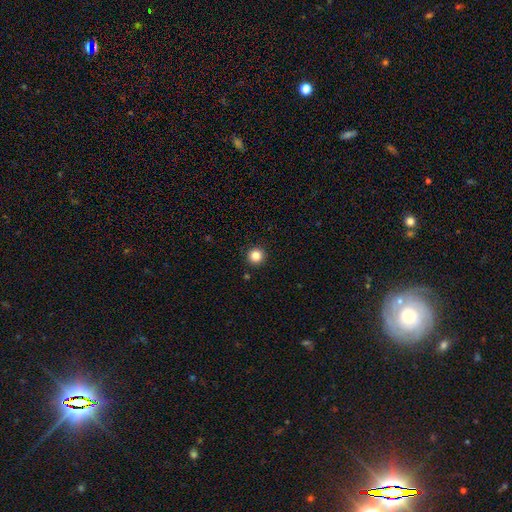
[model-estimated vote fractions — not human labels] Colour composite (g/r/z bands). It shows a smooth galaxy with no disk features (84%) that is round (96%). Merging: none (93%).